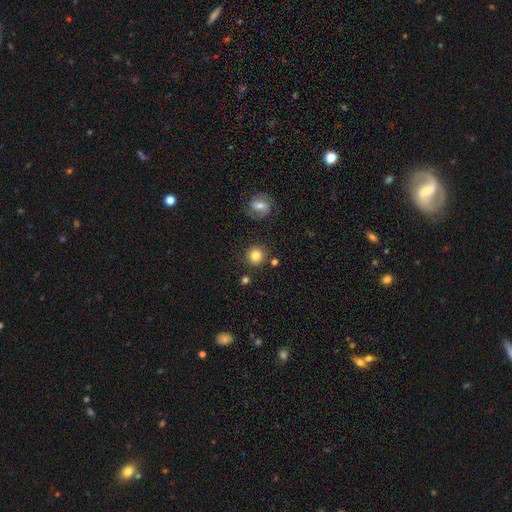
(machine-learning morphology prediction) This appears to be a smooth galaxy with no disk features (81%) that is round (94%). Merging: none (86%).